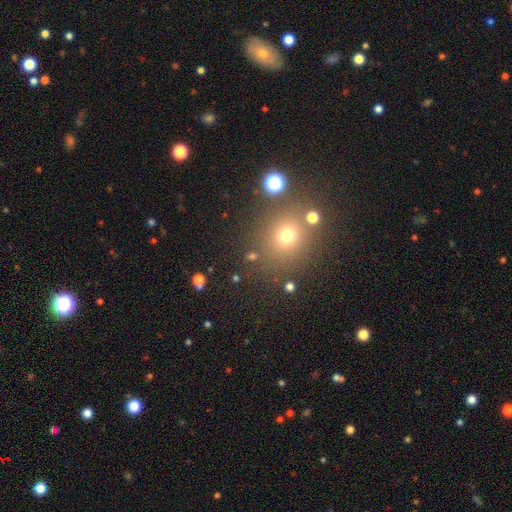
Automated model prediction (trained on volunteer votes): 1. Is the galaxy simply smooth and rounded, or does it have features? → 60% smooth, 30% star or artifact, 10% featured or disk.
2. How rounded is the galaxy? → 80% round, 19% in between, 1% cigar-shaped.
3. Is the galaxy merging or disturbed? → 80% none, 9% minor disturbance, 6% merger, 4% major disturbance.